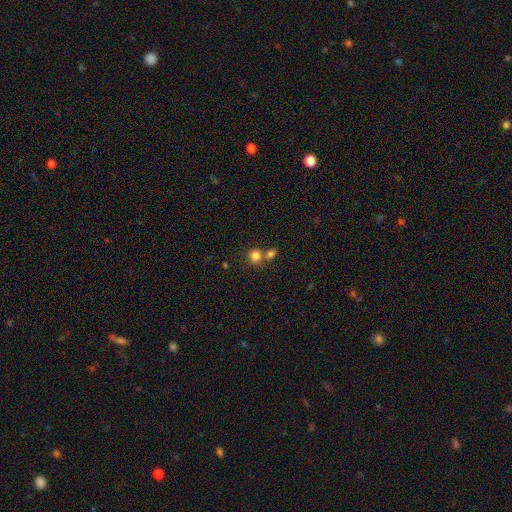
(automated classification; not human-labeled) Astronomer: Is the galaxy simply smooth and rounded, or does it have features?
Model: smooth — 81%.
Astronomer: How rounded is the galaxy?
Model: round — 87%.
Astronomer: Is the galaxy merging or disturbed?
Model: none — 56% (runner-up: merger, 33%).